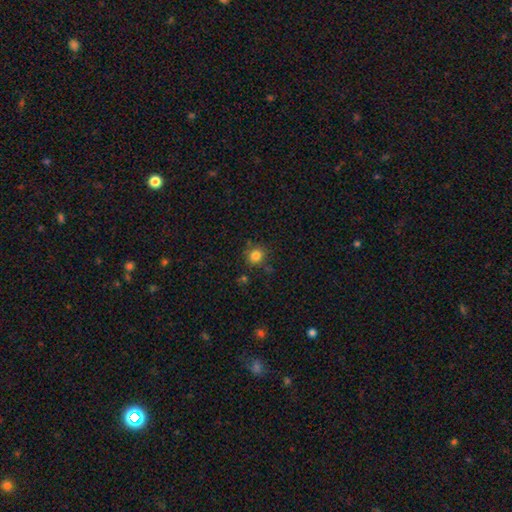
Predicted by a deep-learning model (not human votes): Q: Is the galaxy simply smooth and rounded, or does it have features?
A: smooth — 81%.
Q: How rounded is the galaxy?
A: round — 88%.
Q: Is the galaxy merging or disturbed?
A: none — 79%.